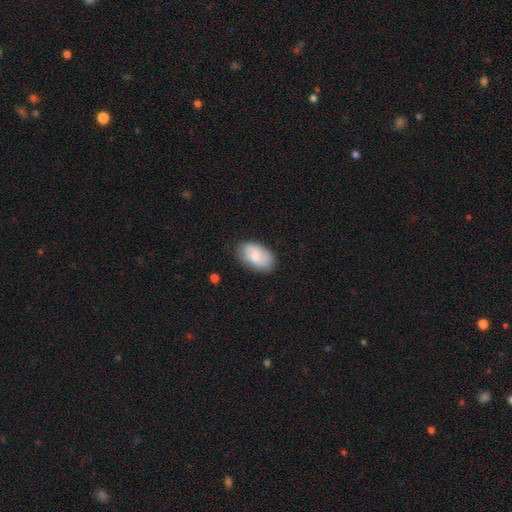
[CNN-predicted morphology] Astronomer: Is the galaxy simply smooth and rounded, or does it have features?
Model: smooth — 79%.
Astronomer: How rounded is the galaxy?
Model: in between — 93%.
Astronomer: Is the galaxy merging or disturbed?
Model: none — 77%.